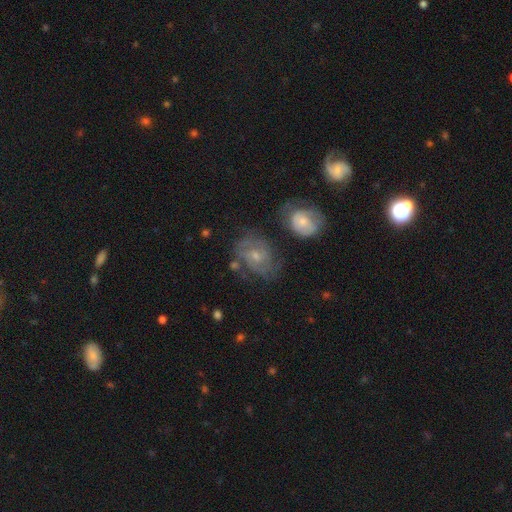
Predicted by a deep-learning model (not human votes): The model was most divided on "spiral arm count": can't tell: 38%, 2: 34%, 3: 15%, 4: 5%, 1: 5%, more than 4: 4%. Remaining: edge-on disk — no (97%); spiral arms — yes (86%); smooth or featured — featured or disk (68%); bar — no (63%); bulge size — small (58%); merging — none (57%); spiral winding — tight (49%).